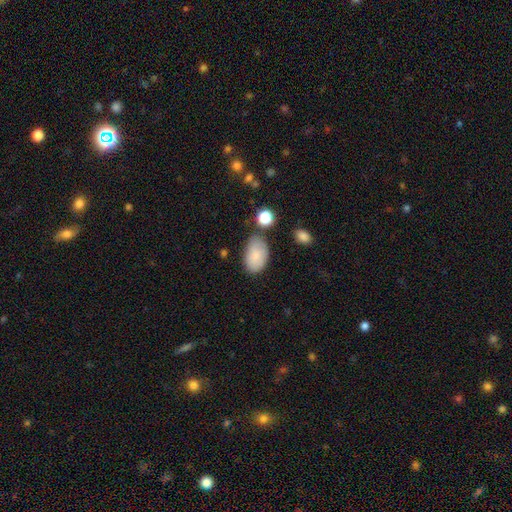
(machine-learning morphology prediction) Overall: smooth (81%). How rounded: in between (91%). Merging: none (66%).